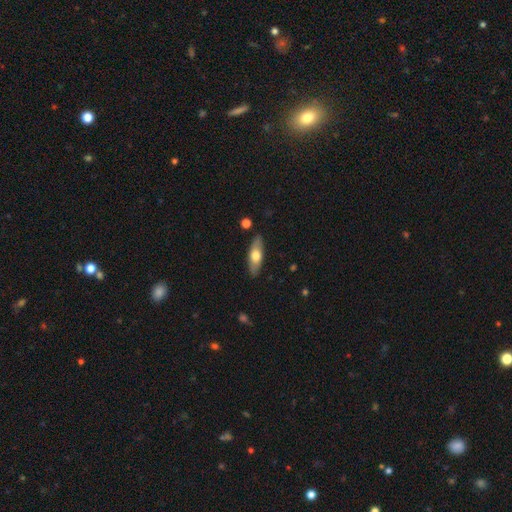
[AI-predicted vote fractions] smooth 59%, featured or disk 35%, star or artifact 6%. Down the decision tree: how rounded — in between (61%); merging — none (87%).